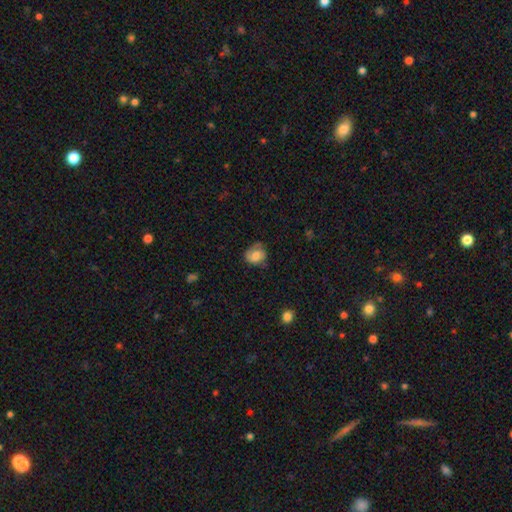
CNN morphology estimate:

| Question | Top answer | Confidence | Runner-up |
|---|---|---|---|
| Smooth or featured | smooth | 57% | featured or disk (34%) |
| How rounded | round | 65% | in between (34%) |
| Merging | none | 55% | minor disturbance (30%) |